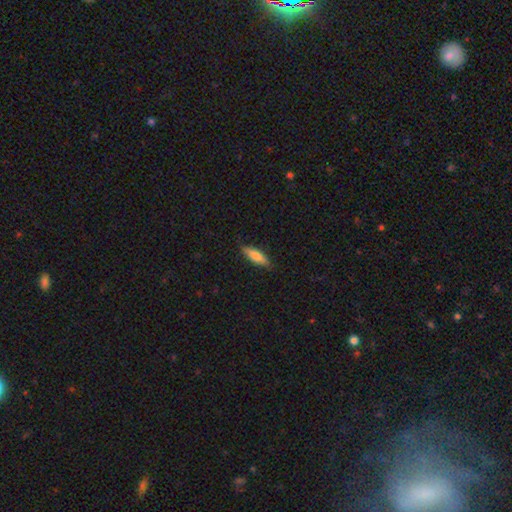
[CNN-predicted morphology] A smooth galaxy with no disk features (78%) that is cigar-shaped (51%).

Vote fractions:
- Smooth or featured? smooth: 78% / featured or disk: 16% / star or artifact: 6%
- How rounded? cigar-shaped: 51% / in between: 47% / round: 2%
- Merging? none: 84% / minor disturbance: 13% / major disturbance: 2% / merger: 1%